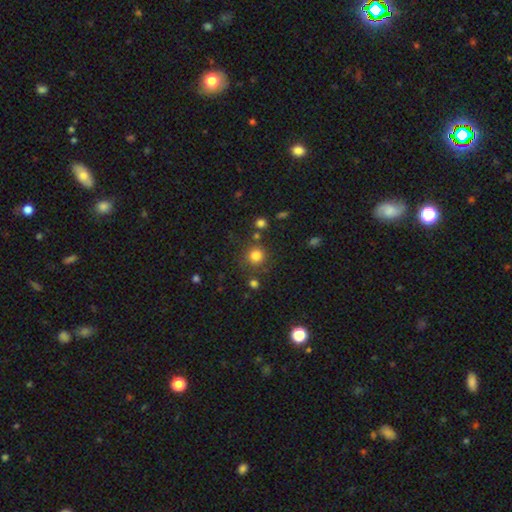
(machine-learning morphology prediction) type=smooth (81%); roundness=round (92%); merging=none (78%).